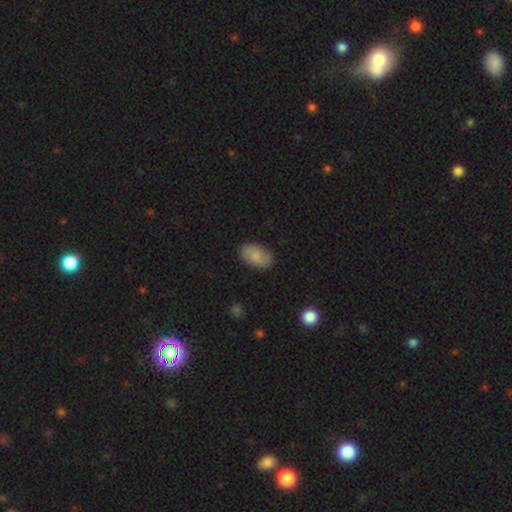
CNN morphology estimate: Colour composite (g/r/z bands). It shows a smooth galaxy with no disk features (68%) that is in between round and cigar-shaped (89%). Merging: none (84%).